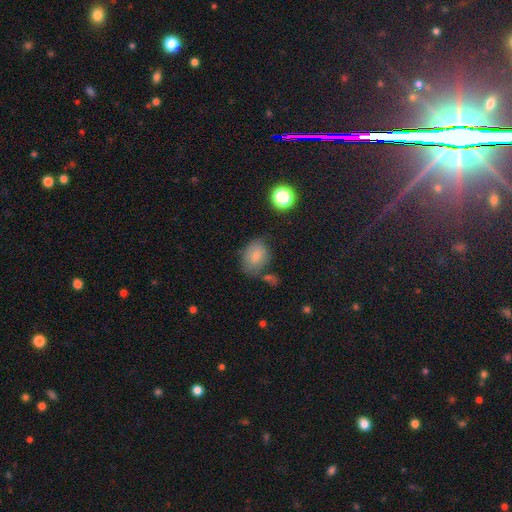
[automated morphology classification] Smooth or featured: smooth — 73% (featured or disk — 17%)
How rounded: in between — 60% (round — 39%)
Merging: none — 59% (minor disturbance — 22%)